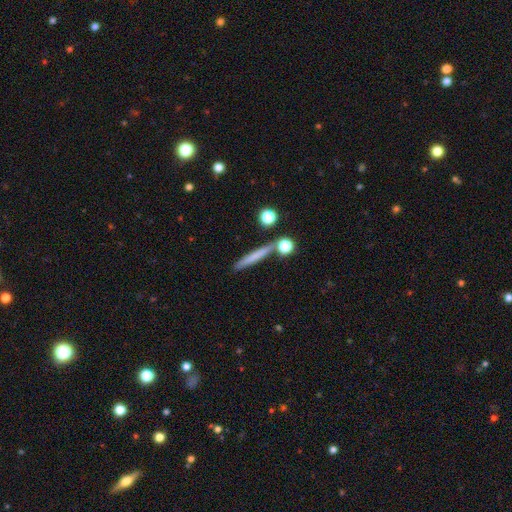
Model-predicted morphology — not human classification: Smooth or featured: smooth — 63% (featured or disk — 29%)
How rounded: cigar-shaped — 90% (in between — 5%)
Merging: none — 78% (minor disturbance — 10%)